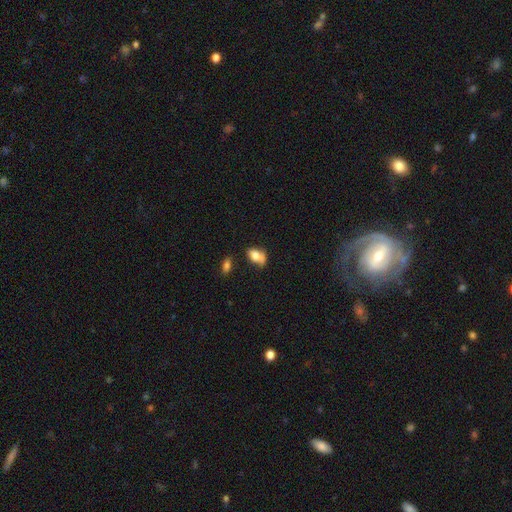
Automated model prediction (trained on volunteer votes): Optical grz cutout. It shows a smooth galaxy with no disk features (74%) that is in between round and cigar-shaped (84%). Merging: none (32%).